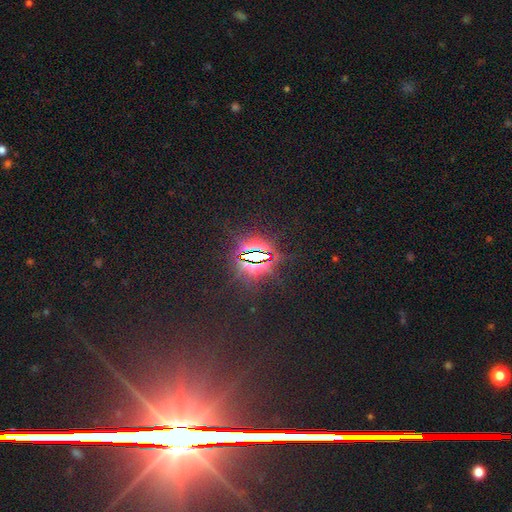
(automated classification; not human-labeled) smooth-or-featured: star or artifact: 85% | smooth: 8% | featured or disk: 7%